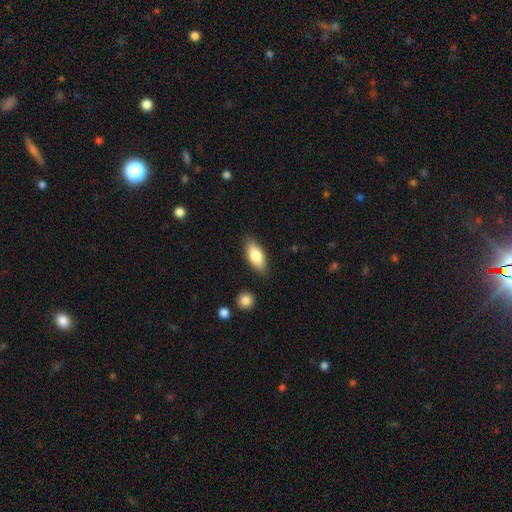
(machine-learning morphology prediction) smooth-or-featured: smooth: 80% | featured or disk: 14% | star or artifact: 6%
  how-rounded: in between: 85% | cigar-shaped: 13% | round: 3%
  merging: none: 85% | minor disturbance: 10% | major disturbance: 2% | merger: 2%